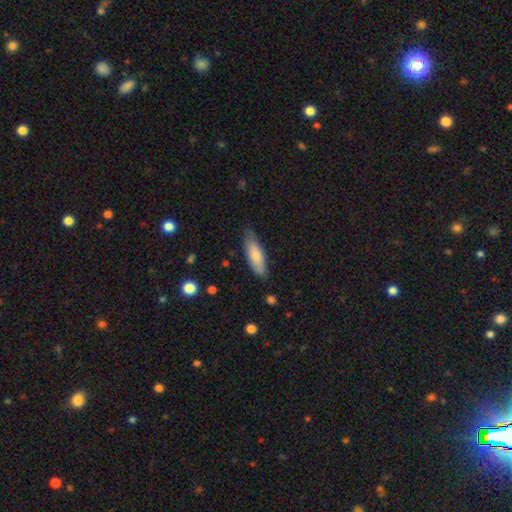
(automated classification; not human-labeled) This appears to be a smooth galaxy with no disk features (79%) that is in between round and cigar-shaped (57%). Merging: none (73%).